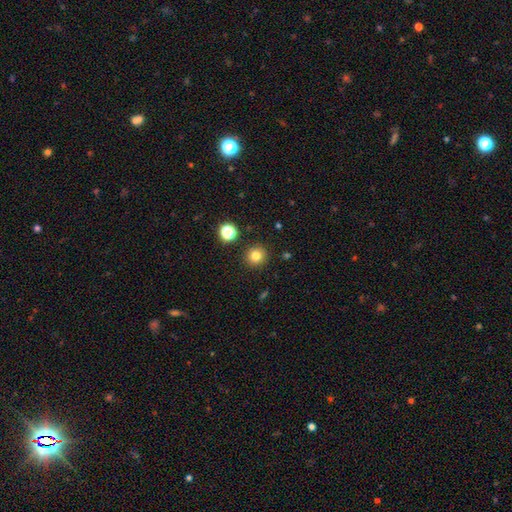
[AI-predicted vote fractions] Smooth or featured: smooth — 80% (star or artifact — 13%)
How rounded: round — 93% (in between — 6%)
Merging: none — 90% (minor disturbance — 6%)